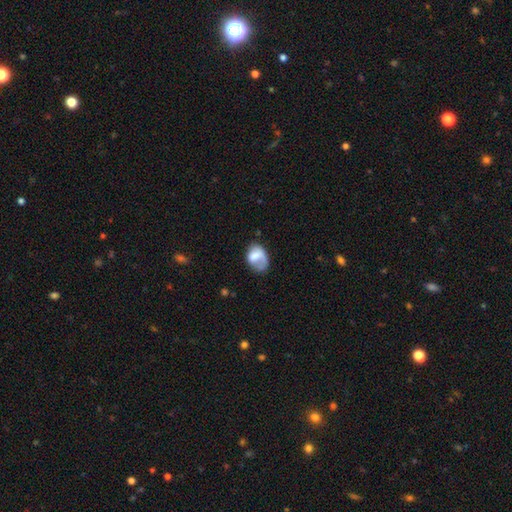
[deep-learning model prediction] smooth_or_featured: smooth (p=0.59) [alt: featured or disk p=0.33]
how_rounded: in between (p=0.76) [alt: round p=0.23]
merging: none (p=0.36) [alt: major disturbance p=0.31]